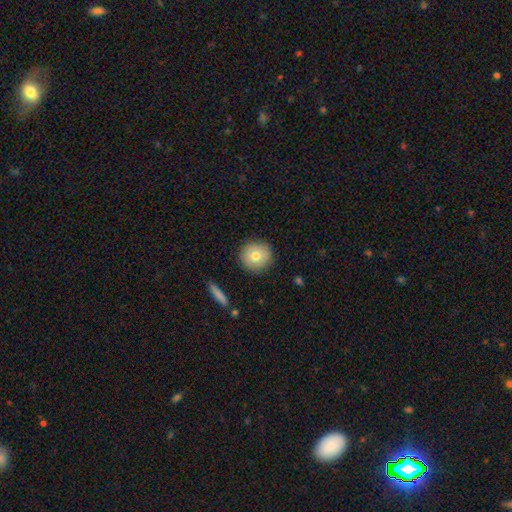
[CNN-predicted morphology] Smooth or featured? Predicted: smooth (p=0.75). How rounded? Predicted: round (p=0.93). Merging? Predicted: none (p=0.89).